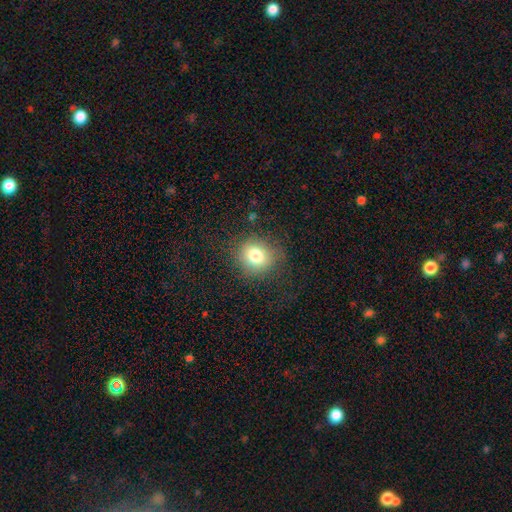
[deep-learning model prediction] The model was most divided on "how rounded": round: 81%, in between: 18%, cigar-shaped: 1%. More confident: smooth or featured — smooth (78%); merging — none (78%).